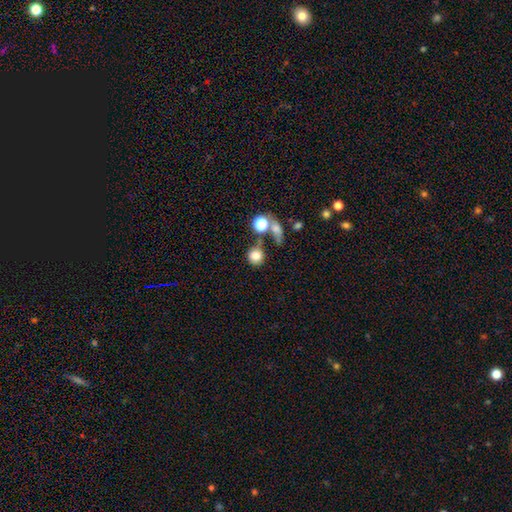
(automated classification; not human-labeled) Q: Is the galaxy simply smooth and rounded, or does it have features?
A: smooth — 79%.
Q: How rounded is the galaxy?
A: round — 85%.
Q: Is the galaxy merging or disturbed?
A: none — 55%.